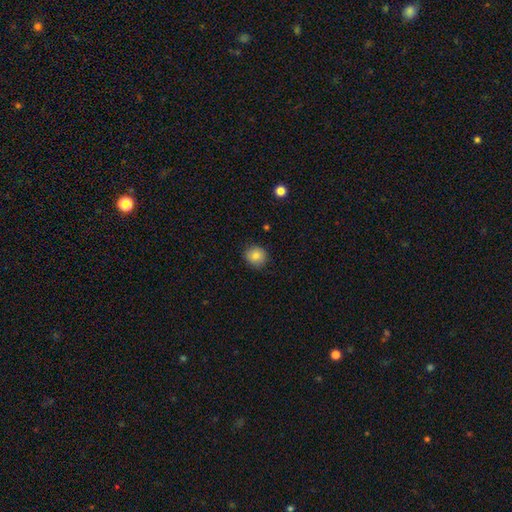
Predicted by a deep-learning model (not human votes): smooth-or-featured: smooth: 83% | star or artifact: 9% | featured or disk: 7%
  how-rounded: round: 87% | in between: 12% | cigar-shaped: 1%
  merging: none: 87% | minor disturbance: 10% | major disturbance: 2% | merger: 1%